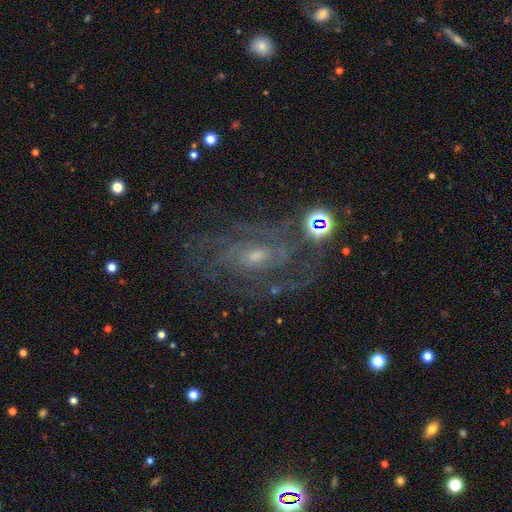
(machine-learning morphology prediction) A featured or disk galaxy (83%) with no bar (55%), tight (56%) spiral arms (94%) and a small central bulge (54%). Merging: none (69%).